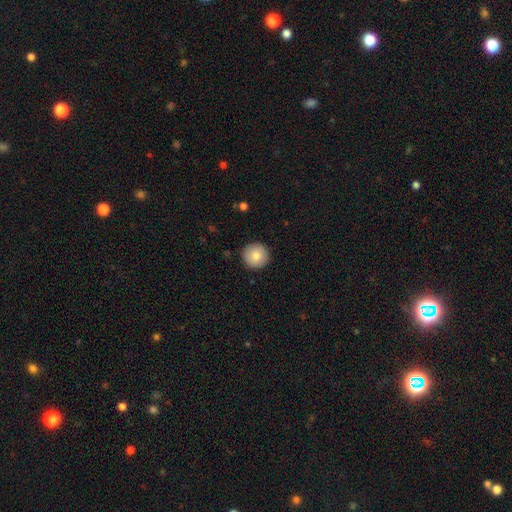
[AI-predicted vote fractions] A smooth galaxy with no disk features (82%) that is round (96%). Merging: none (92%).